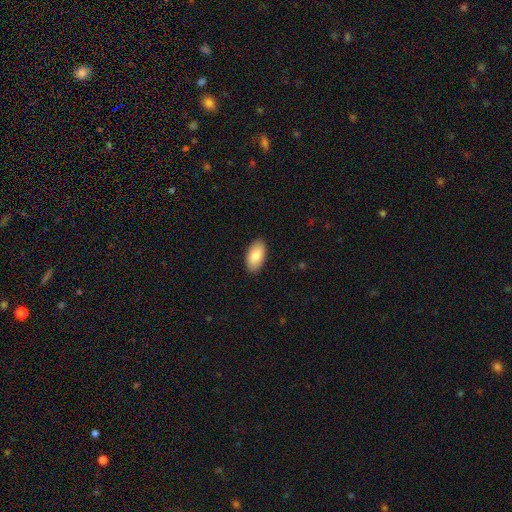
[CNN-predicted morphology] type=smooth (85%); roundness=in between (96%); merging=none (89%).